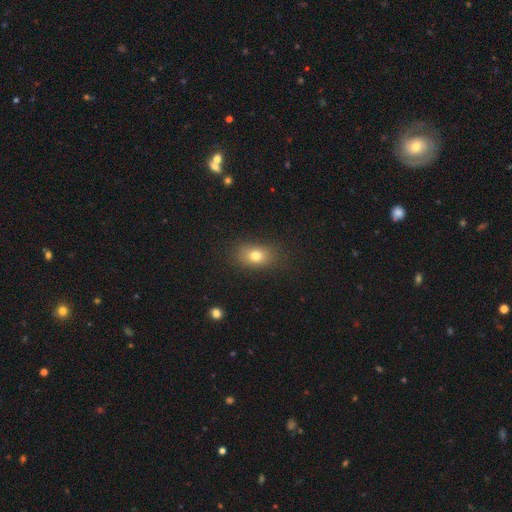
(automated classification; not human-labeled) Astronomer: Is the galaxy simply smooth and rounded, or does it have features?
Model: smooth — 76%.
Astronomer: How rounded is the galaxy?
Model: in between — 75%.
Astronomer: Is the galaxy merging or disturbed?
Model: none — 82%.